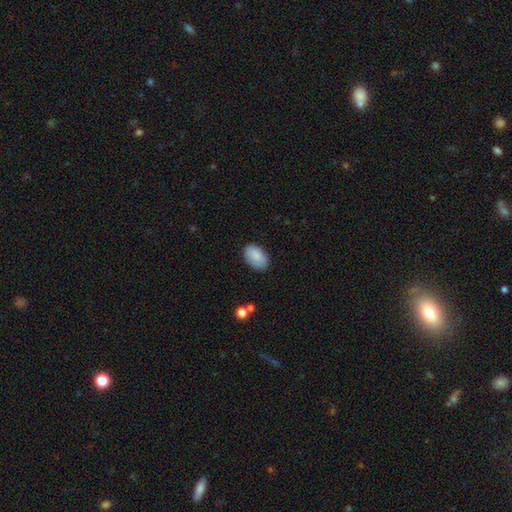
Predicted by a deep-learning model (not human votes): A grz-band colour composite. It shows a smooth galaxy with no disk features (88%) that is in between round and cigar-shaped (91%). Merging: none (83%).